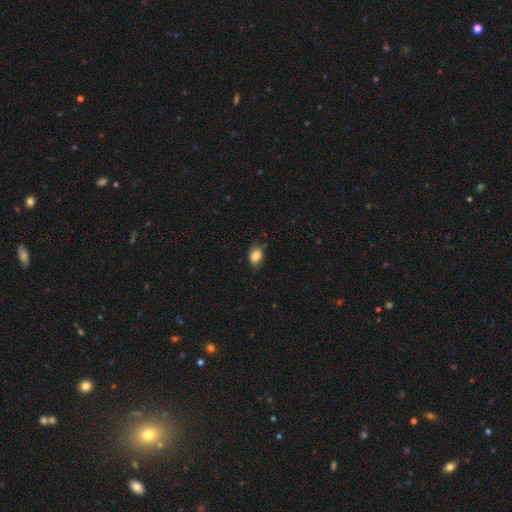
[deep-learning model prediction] Smooth or featured?
  - smooth: 83% *
  - star or artifact: 9%
  - featured or disk: 8%
How rounded?
  - in between: 83% *
  - round: 16%
  - cigar-shaped: 2%
Merging?
  - none: 72% *
  - minor disturbance: 23%
  - major disturbance: 4%
  - merger: 2%